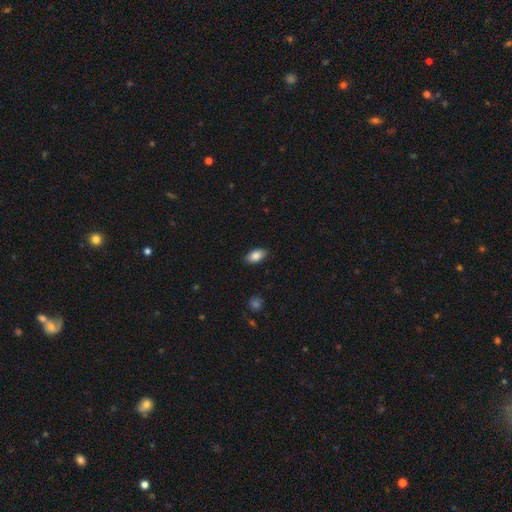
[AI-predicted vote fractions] Overall: smooth (86%). How rounded: in between (92%). Merging: none (87%).